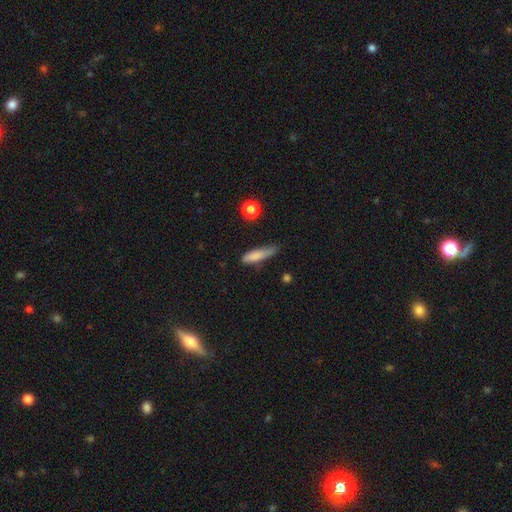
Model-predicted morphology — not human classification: smooth 80%, featured or disk 12%, star or artifact 8%. Down the decision tree: how rounded — cigar-shaped (73%); merging — none (54%).